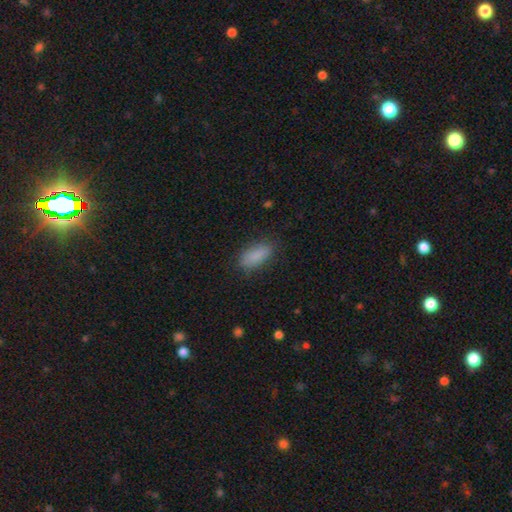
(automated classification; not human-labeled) Smooth or featured? Predicted: smooth (p=0.86). How rounded? Predicted: in between (p=0.84). Merging? Predicted: none (p=0.78).